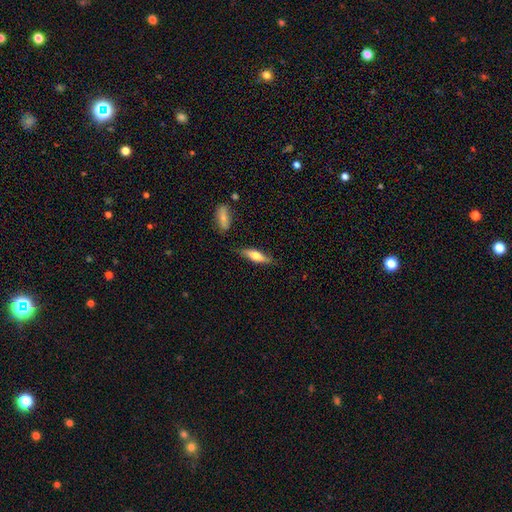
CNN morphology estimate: Q: Smooth or featured?
A: smooth (62%); runner-up: featured or disk (33%)
Q: How rounded?
A: cigar-shaped (56%); runner-up: in between (41%)
Q: Merging?
A: none (76%); runner-up: minor disturbance (17%)